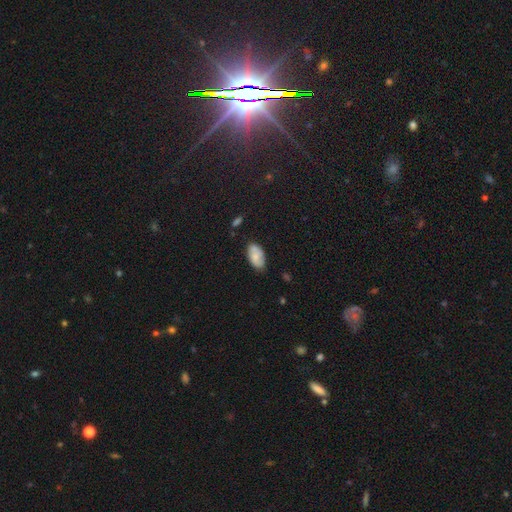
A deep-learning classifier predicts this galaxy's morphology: The model was most divided on "smooth or featured": smooth: 60%, featured or disk: 33%, star or artifact: 8%. More confident: how rounded — in between (93%); merging — none (77%).